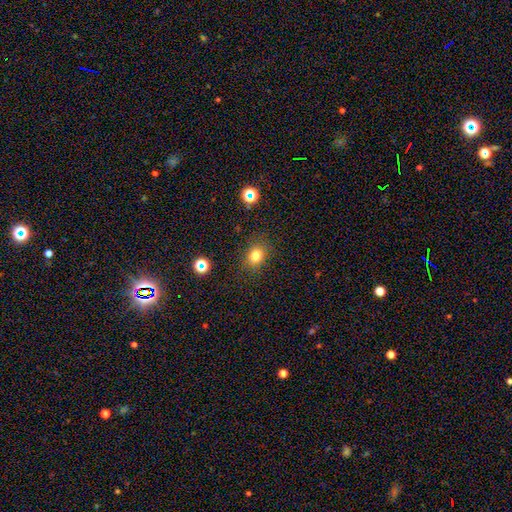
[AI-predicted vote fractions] smooth-or-featured: smooth: 77% | star or artifact: 16% | featured or disk: 7%
  how-rounded: round: 63% | in between: 36% | cigar-shaped: 1%
  merging: none: 85% | minor disturbance: 10% | major disturbance: 4% | merger: 1%